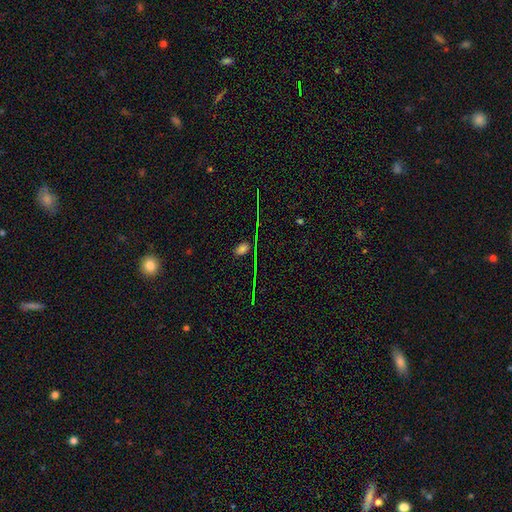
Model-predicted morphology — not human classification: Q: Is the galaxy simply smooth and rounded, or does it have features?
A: star or artifact — 63%.